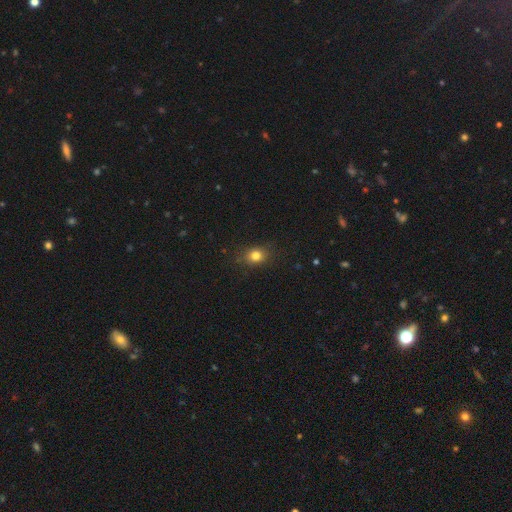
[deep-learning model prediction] smooth_or_featured: smooth (p=0.81) [alt: star or artifact p=0.12]
how_rounded: round (p=0.55) [alt: in between p=0.43]
merging: none (p=0.83) [alt: minor disturbance p=0.13]